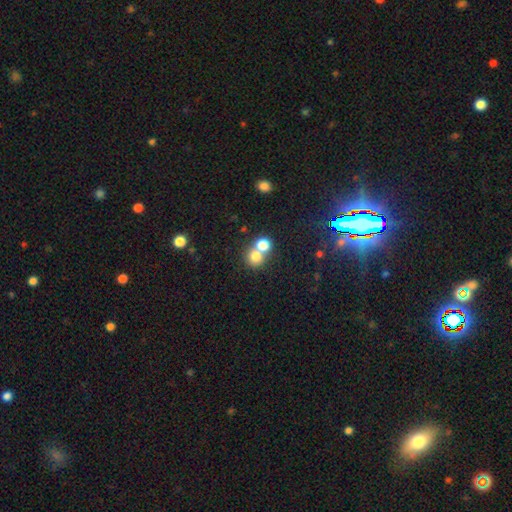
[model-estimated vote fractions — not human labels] Smooth or featured?
  - smooth: 75% *
  - star or artifact: 14%
  - featured or disk: 11%
How rounded?
  - round: 83% *
  - in between: 16%
  - cigar-shaped: 1%
Merging?
  - merger: 52% *
  - none: 39%
  - minor disturbance: 5%
  - major disturbance: 3%